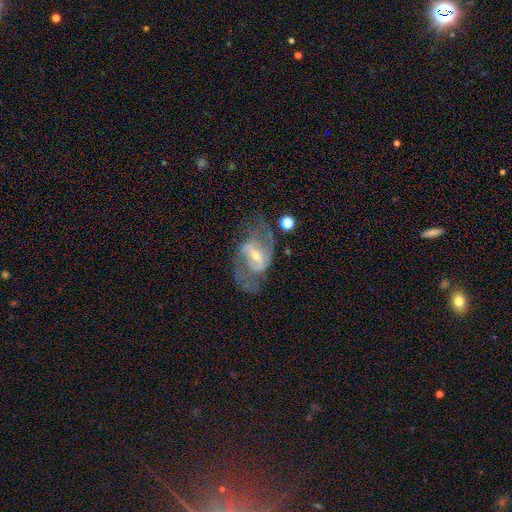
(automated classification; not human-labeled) smooth_or_featured: featured or disk (p=0.84) [alt: smooth p=0.09]
disk_edge_on: no (p=0.95) [alt: yes p=0.05]
bar: strong (p=0.44) [alt: weak p=0.41]
has_spiral_arms: yes (p=0.89) [alt: no p=0.11]
spiral_winding: medium (p=0.52) [alt: loose p=0.30]
spiral_arm_count: 2 (p=0.82) [alt: can't tell p=0.09]
bulge_size: small (p=0.55) [alt: moderate p=0.40]
merging: none (p=0.58) [alt: major disturbance p=0.21]